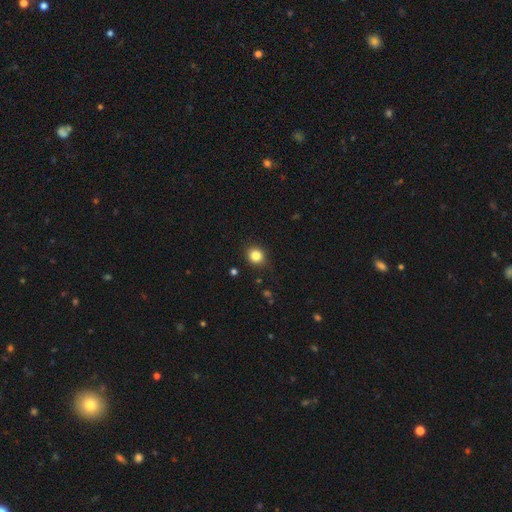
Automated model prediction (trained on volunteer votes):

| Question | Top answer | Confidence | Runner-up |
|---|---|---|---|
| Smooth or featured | smooth | 84% | star or artifact (11%) |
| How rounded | round | 80% | in between (19%) |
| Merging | none | 86% | minor disturbance (10%) |